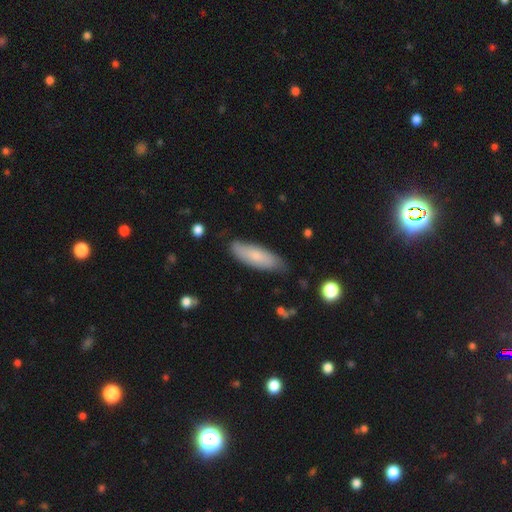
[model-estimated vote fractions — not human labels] Smooth or featured? Predicted: smooth (p=0.72). How rounded? Predicted: in between (p=0.52). Merging? Predicted: none (p=0.77).